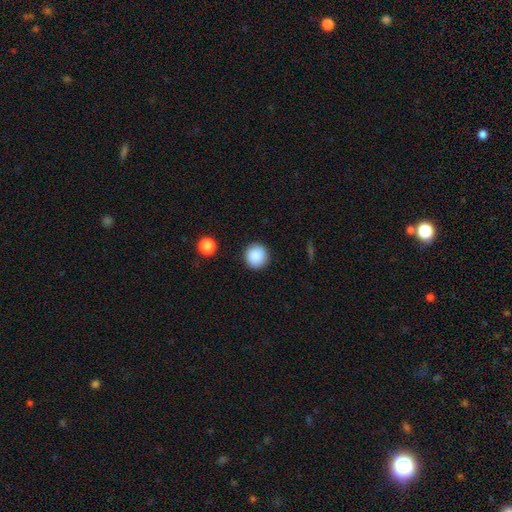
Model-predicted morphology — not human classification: Q: Smooth or featured?
A: smooth (88%); runner-up: star or artifact (8%)
Q: How rounded?
A: round (94%); runner-up: in between (5%)
Q: Merging?
A: none (91%); runner-up: minor disturbance (6%)